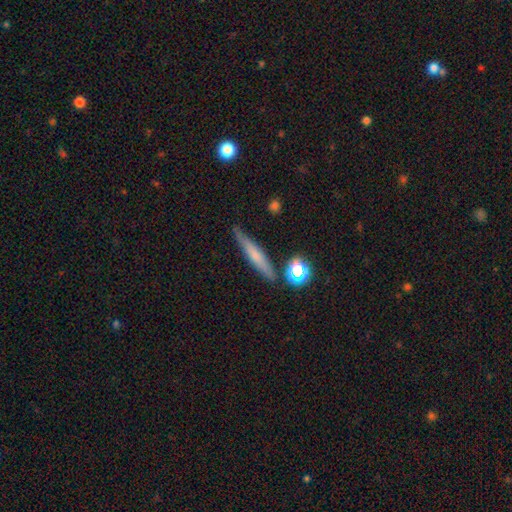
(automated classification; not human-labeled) Smooth or featured: smooth — 52% (featured or disk — 39%)
How rounded: cigar-shaped — 90% (in between — 7%)
Merging: none — 81% (minor disturbance — 12%)